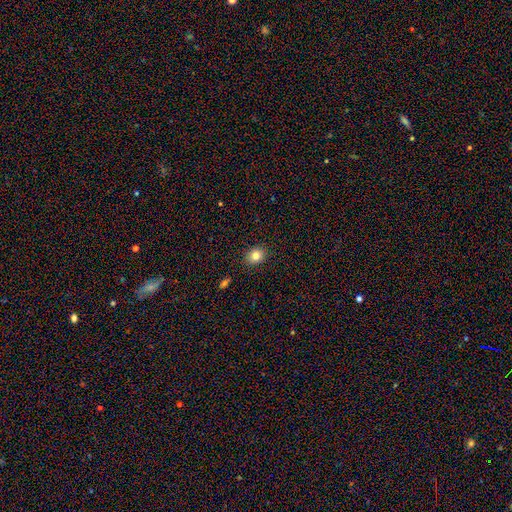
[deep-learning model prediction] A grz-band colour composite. It shows a smooth galaxy with no disk features (82%) that is round (60%). Merging: none (89%).